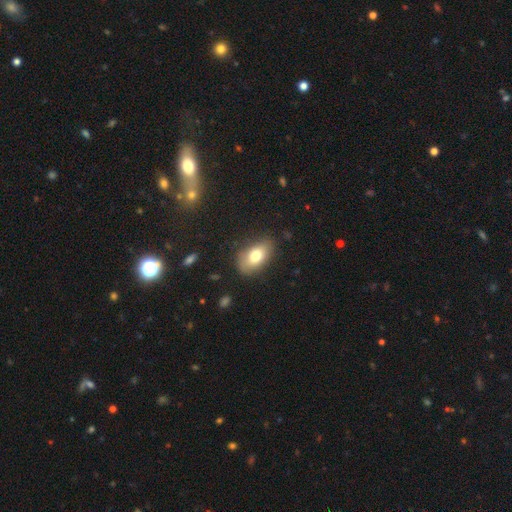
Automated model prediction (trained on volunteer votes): Smooth or featured?
  - smooth: 73% *
  - featured or disk: 18%
  - star or artifact: 8%
How rounded?
  - in between: 88% *
  - round: 9%
  - cigar-shaped: 3%
Merging?
  - none: 81% *
  - minor disturbance: 14%
  - major disturbance: 4%
  - merger: 1%